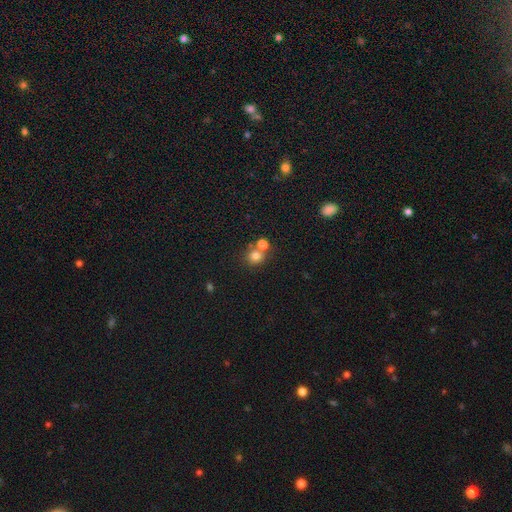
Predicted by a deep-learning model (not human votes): Smooth or featured: smooth — 77% (star or artifact — 13%)
How rounded: round — 84% (in between — 15%)
Merging: none — 52% (merger — 38%)